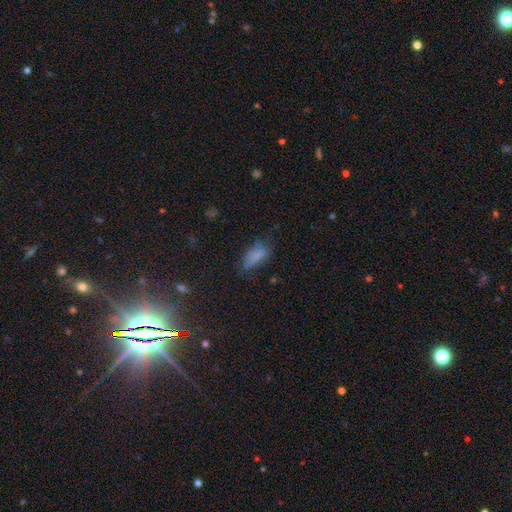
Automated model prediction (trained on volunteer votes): Q: Smooth or featured?
A: smooth (75%); runner-up: star or artifact (13%)
Q: How rounded?
A: in between (77%); runner-up: cigar-shaped (19%)
Q: Merging?
A: none (54%); runner-up: minor disturbance (29%)